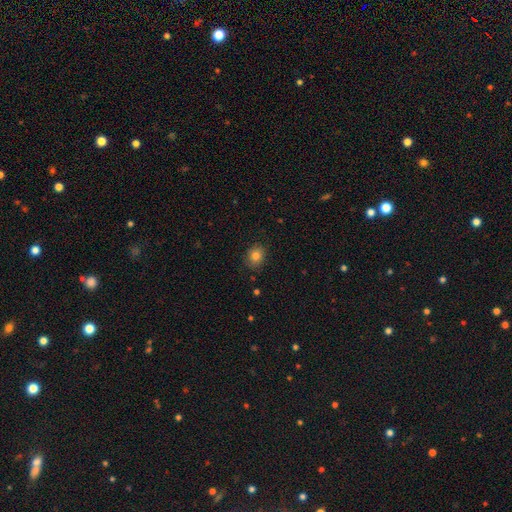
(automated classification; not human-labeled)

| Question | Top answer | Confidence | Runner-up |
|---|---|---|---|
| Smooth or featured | smooth | 81% | star or artifact (11%) |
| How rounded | round | 65% | in between (35%) |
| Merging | none | 85% | minor disturbance (11%) |